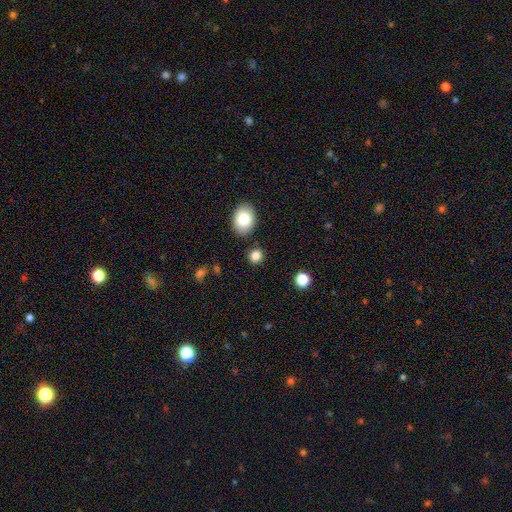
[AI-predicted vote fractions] A smooth galaxy with no disk features (84%) that is round (83%).

Vote fractions:
- Smooth or featured? smooth: 84% / star or artifact: 11% / featured or disk: 5%
- How rounded? round: 83% / in between: 16% / cigar-shaped: 1%
- Merging? none: 84% / minor disturbance: 9% / merger: 5% / major disturbance: 3%